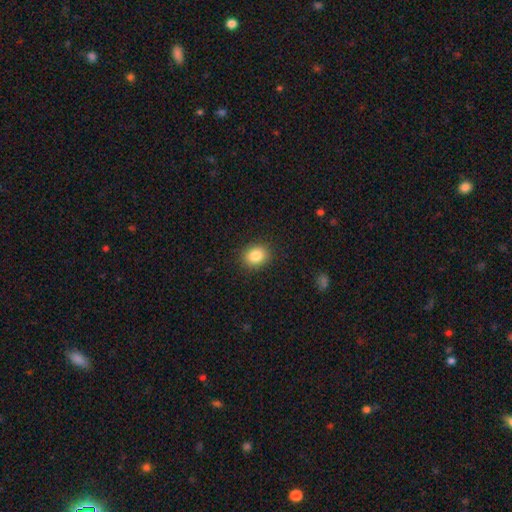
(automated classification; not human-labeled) Overall: smooth (85%). How rounded: round (54%; in between 45%). Merging: none (88%).